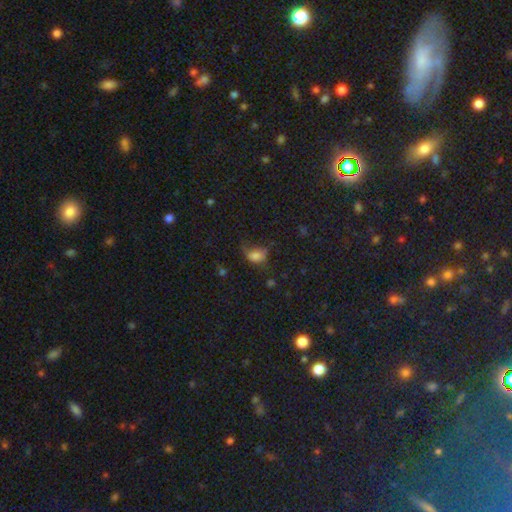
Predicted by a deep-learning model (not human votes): Morphology: type=smooth (76%); roundness=in between (73%); merging=minor disturbance (33%).